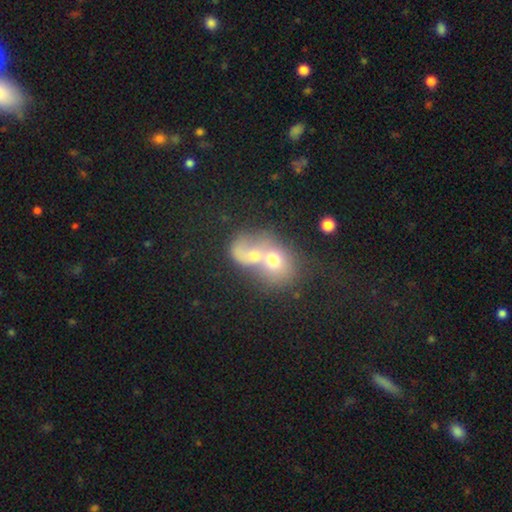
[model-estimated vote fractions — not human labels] Smooth or featured?
  - smooth: 48% *
  - featured or disk: 39%
  - star or artifact: 12%
Merging?
  - merger: 80% *
  - none: 11%
  - major disturbance: 5%
  - minor disturbance: 4%